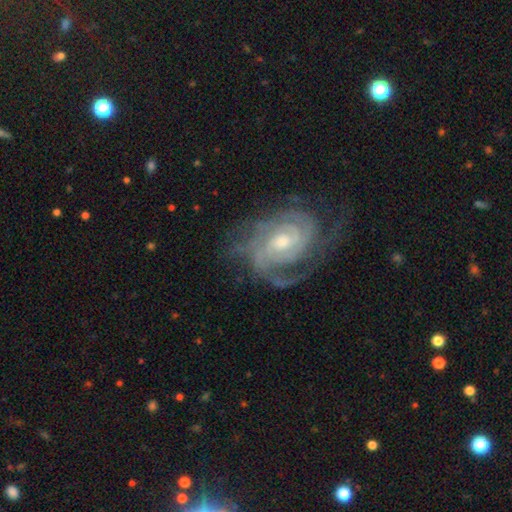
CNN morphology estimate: Q: Smooth or featured?
A: featured or disk (90%); runner-up: star or artifact (5%)
Q: Edge-on disk?
A: no (97%); runner-up: yes (3%)
Q: Bar?
A: no (51%); runner-up: weak (39%)
Q: Spiral arms?
A: yes (97%); runner-up: no (3%)
Q: Spiral winding?
A: tight (63%); runner-up: medium (31%)
Q: Spiral arm count?
A: 3 (28%); runner-up: 2 (25%)
Q: Bulge size?
A: moderate (60%); runner-up: small (32%)
Q: Merging?
A: none (67%); runner-up: minor disturbance (19%)